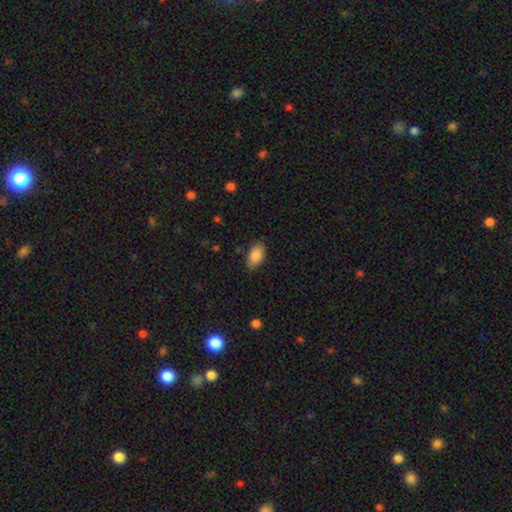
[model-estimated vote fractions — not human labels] Smooth or featured: smooth — 86% (star or artifact — 7%)
How rounded: in between — 92% (round — 6%)
Merging: none — 83% (minor disturbance — 13%)